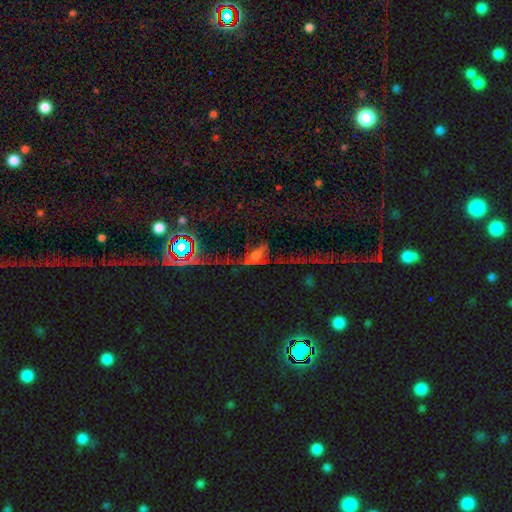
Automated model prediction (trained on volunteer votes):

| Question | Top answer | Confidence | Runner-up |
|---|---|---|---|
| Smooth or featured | featured or disk | 48% | star or artifact (29%) |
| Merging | major disturbance | 40% | none (35%) |